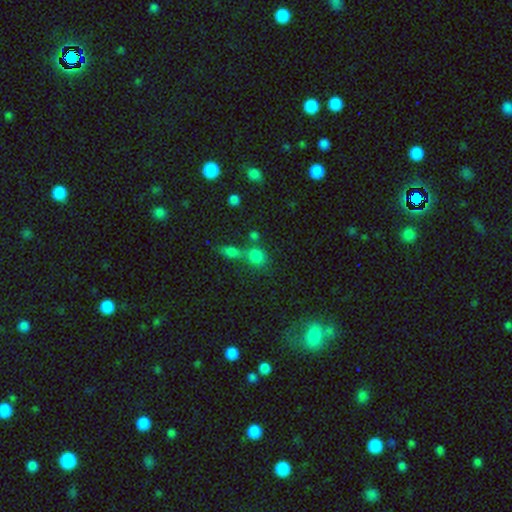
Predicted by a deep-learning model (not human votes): smooth_or_featured: smooth (p=0.76) [alt: star or artifact p=0.16]
how_rounded: round (p=0.60) [alt: in between p=0.36]
merging: merger (p=0.44) [alt: none p=0.40]